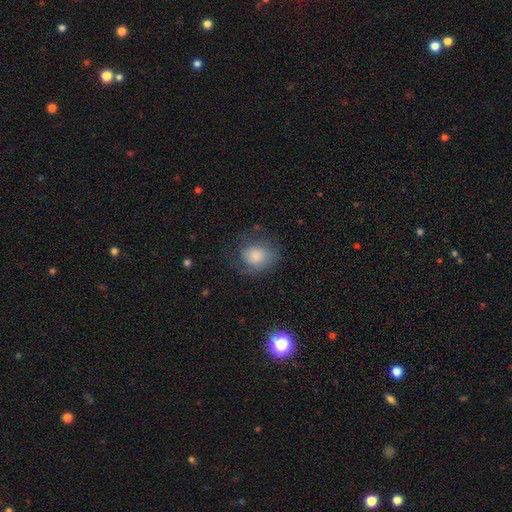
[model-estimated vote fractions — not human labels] A smooth galaxy with no disk features (63%) that is round (67%). Merging: none (57%).